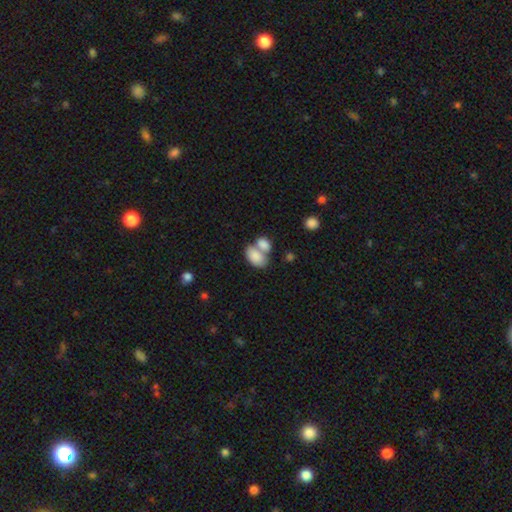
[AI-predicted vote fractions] Smooth or featured? smooth (83%)
How rounded? in between (91%)
Merging? merger (61%)